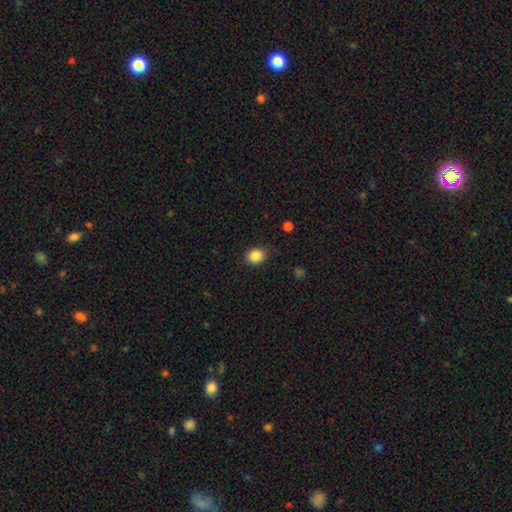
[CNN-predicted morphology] A smooth galaxy with no disk features (87%) that is round (61%).

Vote fractions:
- Smooth or featured? smooth: 87% / star or artifact: 9% / featured or disk: 4%
- How rounded? round: 61% / in between: 38% / cigar-shaped: 1%
- Merging? none: 87% / minor disturbance: 10% / major disturbance: 3% / merger: 1%